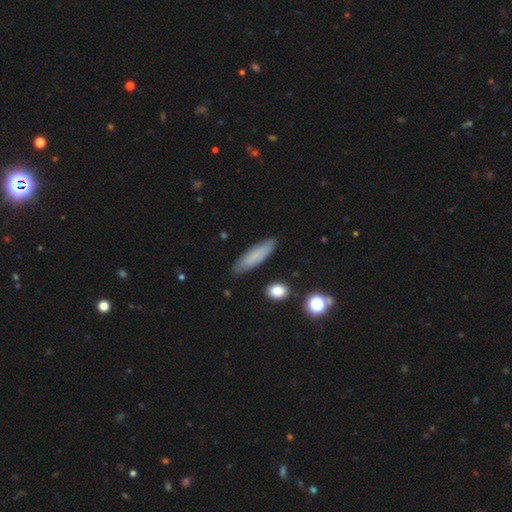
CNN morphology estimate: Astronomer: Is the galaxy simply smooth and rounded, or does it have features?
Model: smooth — 75%.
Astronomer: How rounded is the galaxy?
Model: cigar-shaped — 68%.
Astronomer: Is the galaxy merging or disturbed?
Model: none — 86%.